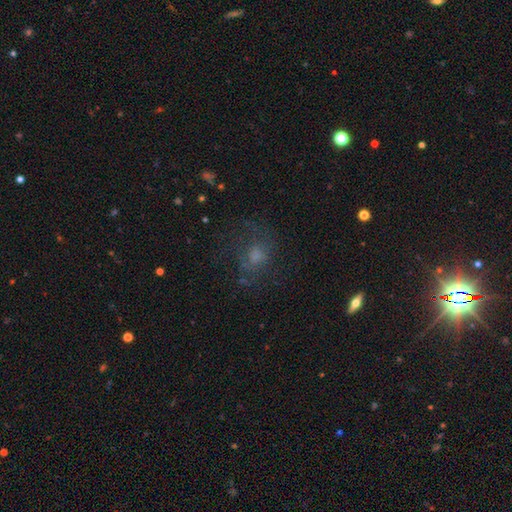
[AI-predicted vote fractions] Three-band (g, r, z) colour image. It shows a smooth galaxy with no disk features (41%). Merging: none (57%).